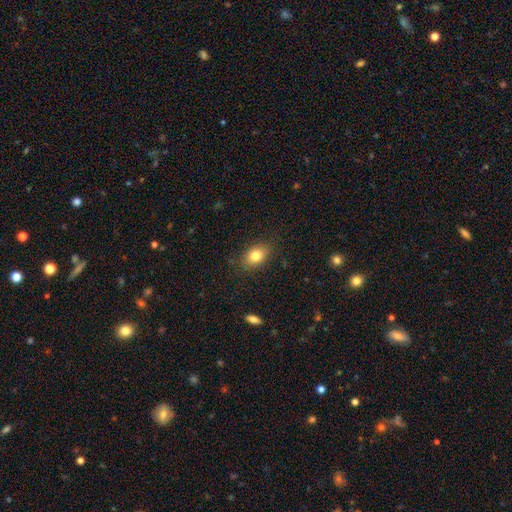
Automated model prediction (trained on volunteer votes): The model was most divided on "how rounded": in between: 80%, round: 19%, cigar-shaped: 2%. More confident: merging — none (83%); smooth or featured — smooth (80%).